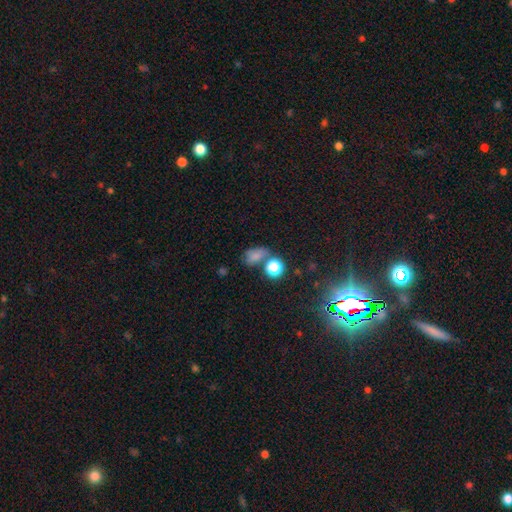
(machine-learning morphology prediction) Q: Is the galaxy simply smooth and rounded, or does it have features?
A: smooth — 70%.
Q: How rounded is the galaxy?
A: in between — 70%.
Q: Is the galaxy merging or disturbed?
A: none — 45%.